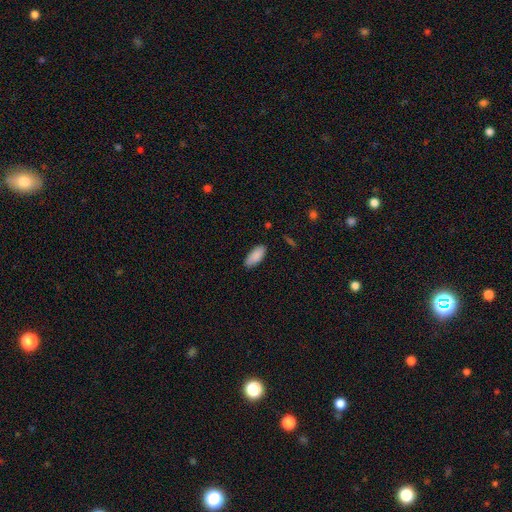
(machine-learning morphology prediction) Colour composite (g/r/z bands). It shows a smooth galaxy with no disk features (89%) that is in between round and cigar-shaped (86%). Merging: none (85%).